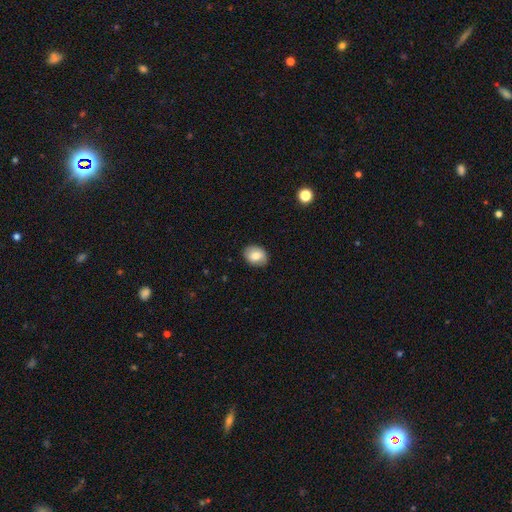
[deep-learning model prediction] Overall: smooth (77%). How rounded: in between (62%; round 37%). Merging: none (86%).